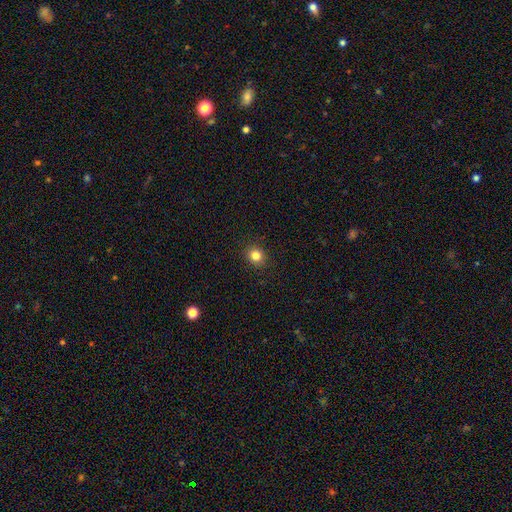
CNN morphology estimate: Q: Smooth or featured?
A: smooth (83%); runner-up: star or artifact (12%)
Q: How rounded?
A: round (82%); runner-up: in between (17%)
Q: Merging?
A: none (91%); runner-up: minor disturbance (6%)